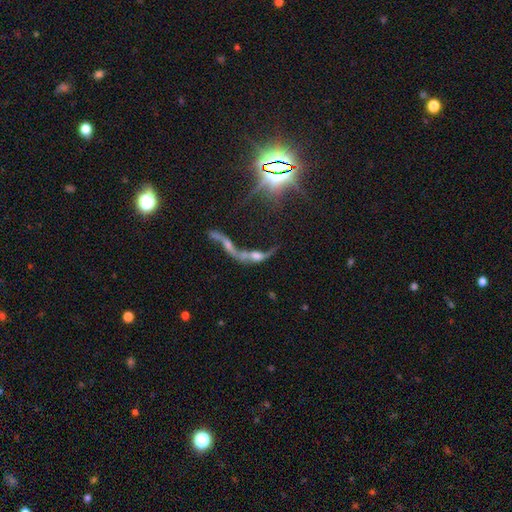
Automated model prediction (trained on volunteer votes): Overall: featured or disk (56%; smooth 27%). Edge-on disk: no (78%). Merging: merger (66%).